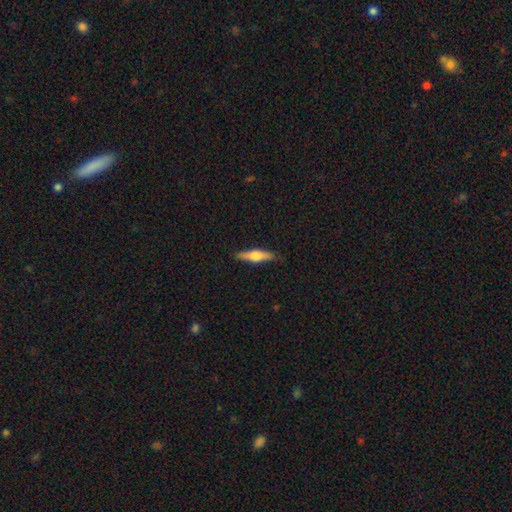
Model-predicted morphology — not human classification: Smooth or featured? featured or disk (54%)
Edge-on disk? yes (96%)
Edge-on bulge? rounded (92%)
Merging? none (88%)